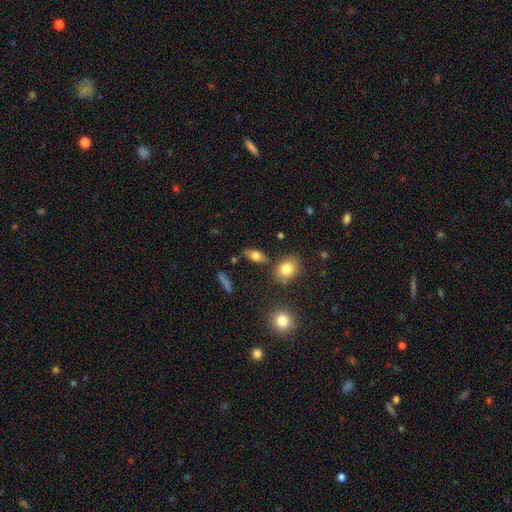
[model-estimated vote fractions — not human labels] This appears to be a smooth galaxy with no disk features (70%) that is in between round and cigar-shaped (80%). Merging: none (76%).